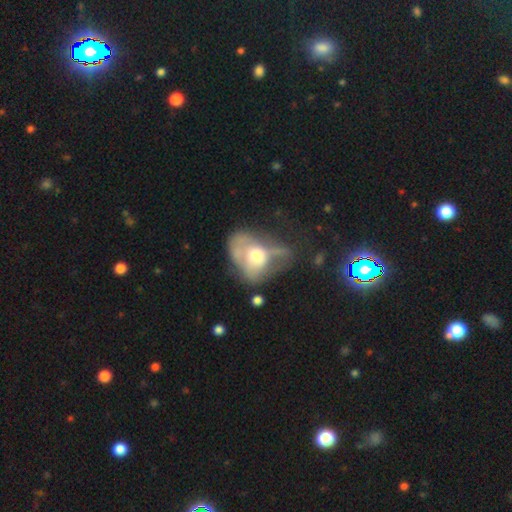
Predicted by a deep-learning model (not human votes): Q: Smooth or featured?
A: featured or disk (49%); runner-up: smooth (42%)
Q: Merging?
A: major disturbance (50%); runner-up: minor disturbance (19%)